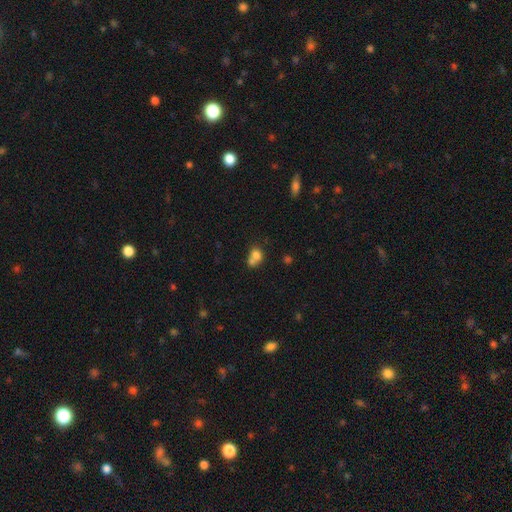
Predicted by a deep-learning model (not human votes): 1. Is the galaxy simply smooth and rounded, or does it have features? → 74% smooth, 15% featured or disk, 11% star or artifact.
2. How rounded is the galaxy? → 59% round, 40% in between, 1% cigar-shaped.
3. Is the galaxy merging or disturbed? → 60% merger, 27% none, 9% minor disturbance, 5% major disturbance.